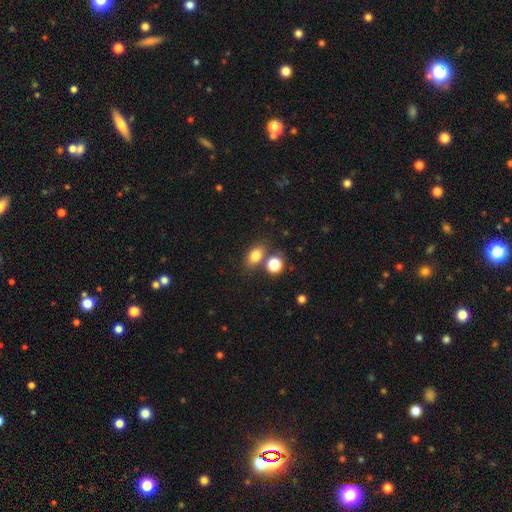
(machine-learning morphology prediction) Smooth or featured? Predicted: smooth (p=0.80). How rounded? Predicted: in between (p=0.73). Merging? Predicted: none (p=0.67).